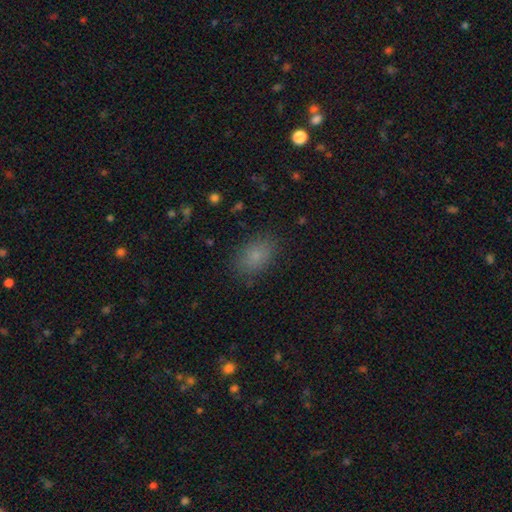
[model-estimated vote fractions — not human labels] This appears to be a smooth galaxy with no disk features (80%) that is in between round and cigar-shaped (83%). Merging: none (84%).